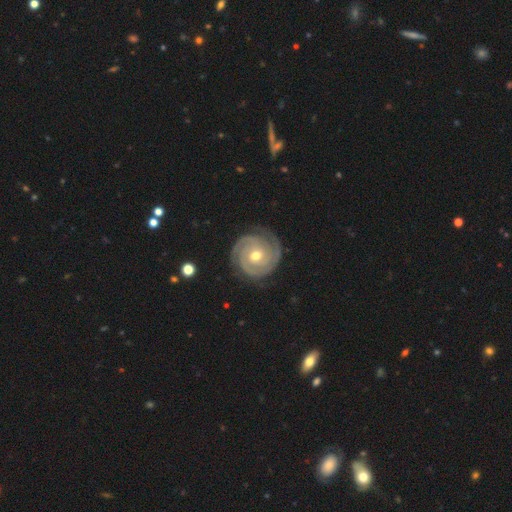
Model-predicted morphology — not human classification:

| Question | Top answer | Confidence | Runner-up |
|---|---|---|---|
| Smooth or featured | featured or disk | 92% | smooth (5%) |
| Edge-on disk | no | 98% | yes (2%) |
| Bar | no | 64% | weak (26%) |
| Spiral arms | yes | 98% | no (2%) |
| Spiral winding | tight | 85% | medium (13%) |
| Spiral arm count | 2 | 51% | 3 (26%) |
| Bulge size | moderate | 72% | small (24%) |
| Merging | none | 84% | minor disturbance (12%) |